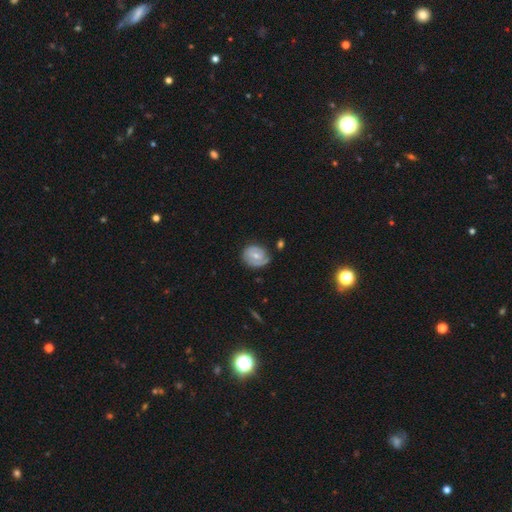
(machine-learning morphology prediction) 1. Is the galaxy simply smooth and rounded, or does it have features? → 65% featured or disk, 29% smooth, 6% star or artifact.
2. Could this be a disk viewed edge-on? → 97% no, 3% yes.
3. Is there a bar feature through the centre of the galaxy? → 53% no, 38% weak, 9% strong.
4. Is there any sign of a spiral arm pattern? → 82% yes, 18% no.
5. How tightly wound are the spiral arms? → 61% tight, 29% medium, 10% loose.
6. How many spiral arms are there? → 46% 2, 26% 1, 21% can't tell, 5% 3, 1% 4, 1% more than 4.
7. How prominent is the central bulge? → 52% moderate, 43% small, 2% none, 2% large, 1% dominant.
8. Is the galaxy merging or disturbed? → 65% none, 24% minor disturbance, 8% major disturbance, 3% merger.